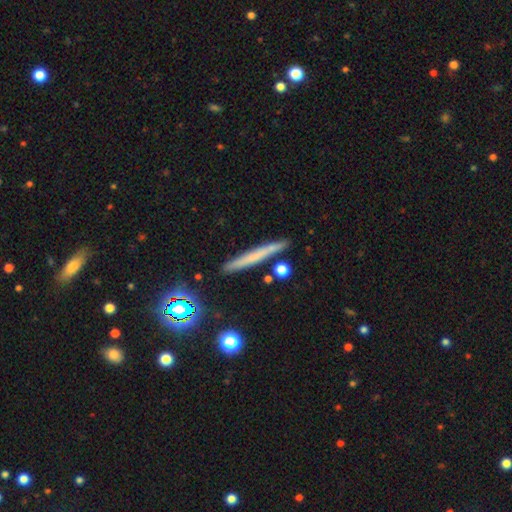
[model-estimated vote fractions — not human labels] This is possibly a smooth galaxy (56%). How rounded: clearly cigar-shaped (95%). Merging: clearly none (87%).